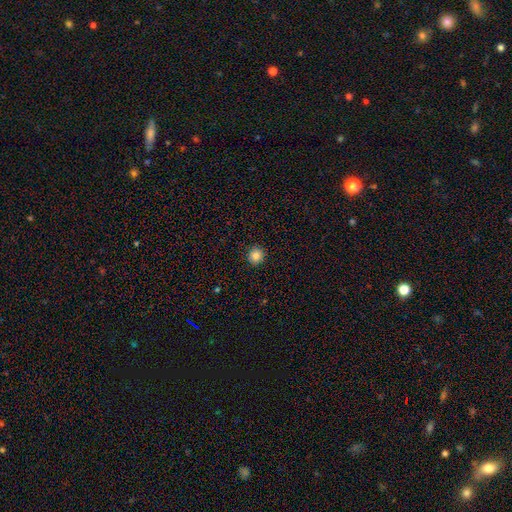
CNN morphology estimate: Overall: smooth (83%). How rounded: round (92%). Merging: none (92%).